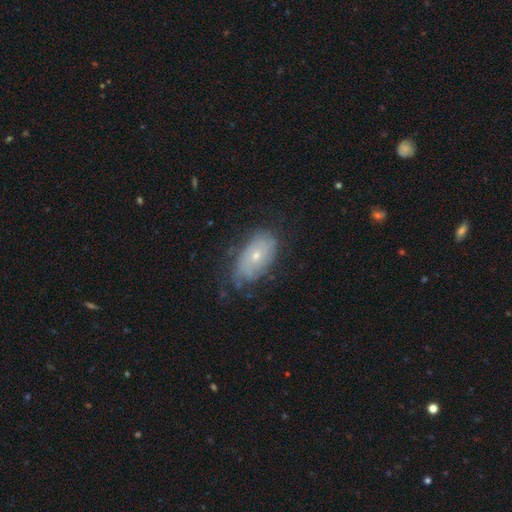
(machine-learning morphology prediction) type=featured or disk (53%); edge-on=no (91%); merging=none (62%).